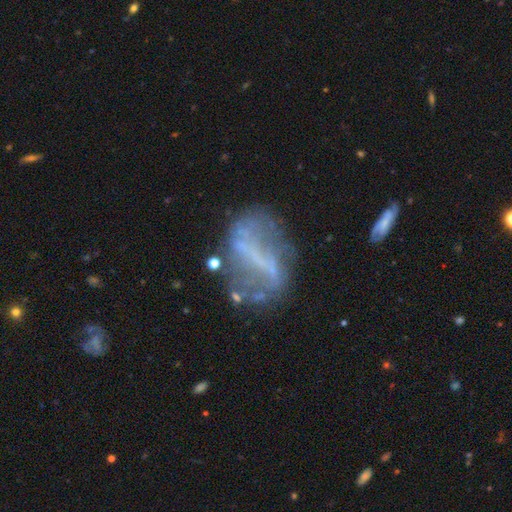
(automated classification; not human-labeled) A featured or disk galaxy (69%) with a strong bar (56%), no spiral arms (58%) and no central bulge (64%). Merging: none (53%).